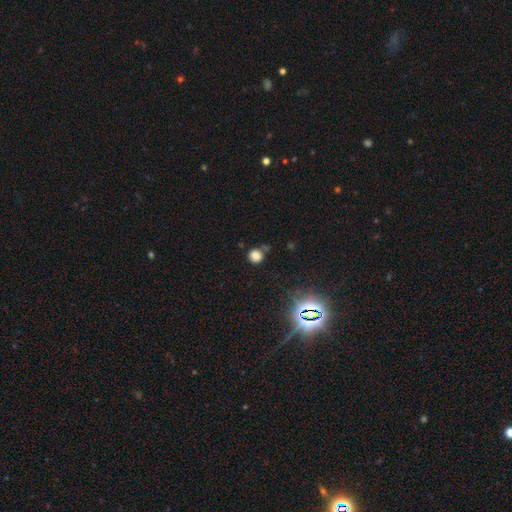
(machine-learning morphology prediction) Q: Smooth or featured?
A: smooth (78%); runner-up: star or artifact (17%)
Q: How rounded?
A: round (87%); runner-up: in between (12%)
Q: Merging?
A: none (64%); runner-up: minor disturbance (20%)